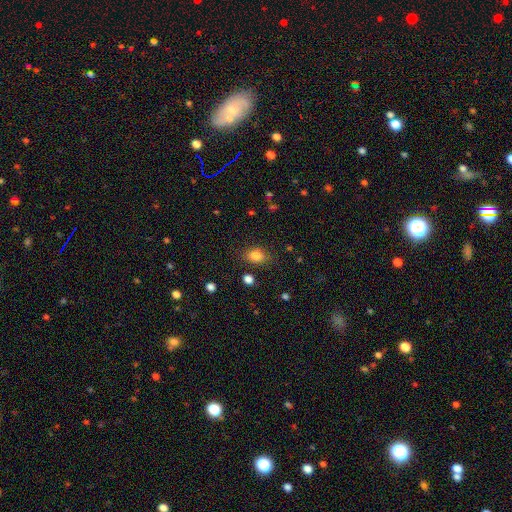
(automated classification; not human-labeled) smooth-or-featured: smooth: 82% | star or artifact: 11% | featured or disk: 7%
  how-rounded: in between: 65% | round: 33% | cigar-shaped: 2%
  merging: none: 78% | minor disturbance: 15% | major disturbance: 4% | merger: 3%